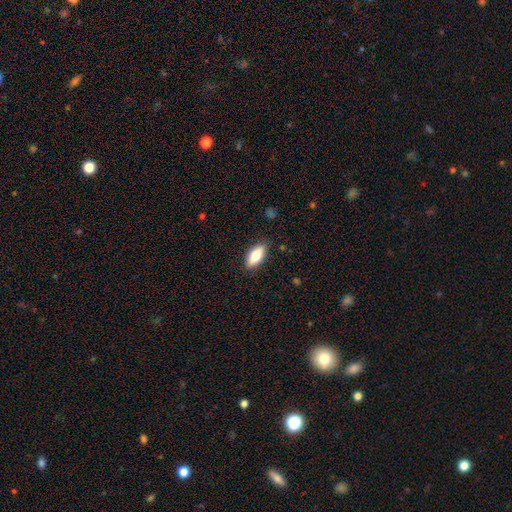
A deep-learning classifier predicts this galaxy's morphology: A smooth galaxy with no disk features (80%) that is in between round and cigar-shaped (84%).

Vote fractions:
- Smooth or featured? smooth: 80% / featured or disk: 14% / star or artifact: 6%
- How rounded? in between: 84% / cigar-shaped: 13% / round: 3%
- Merging? none: 87% / minor disturbance: 10% / major disturbance: 2% / merger: 1%